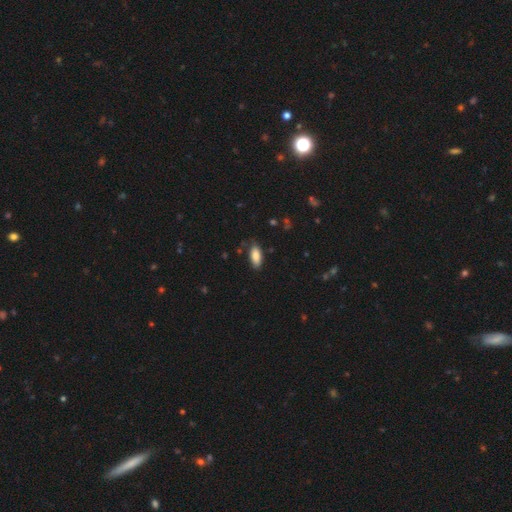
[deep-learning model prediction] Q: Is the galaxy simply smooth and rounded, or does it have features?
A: smooth — 86%.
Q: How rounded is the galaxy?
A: in between — 86%.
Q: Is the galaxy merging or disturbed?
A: none — 77%.